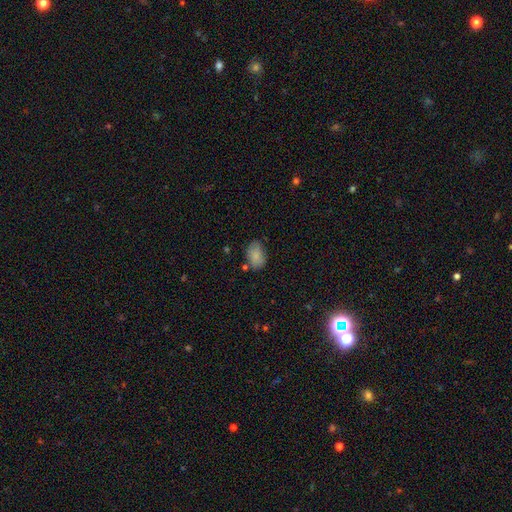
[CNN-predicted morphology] This is clearly a smooth galaxy (82%). How rounded: clearly in between (85%). Merging: likely none (67%).